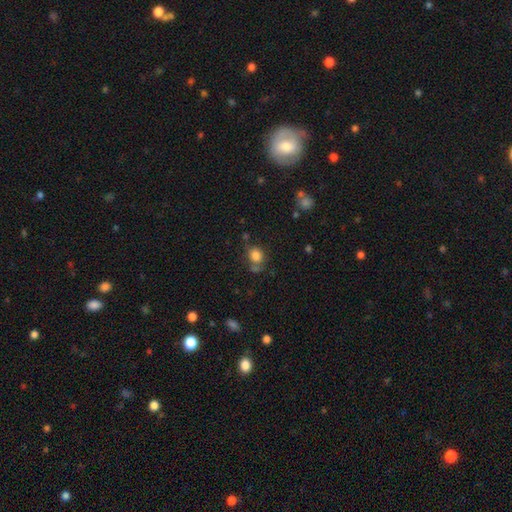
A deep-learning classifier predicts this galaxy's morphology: This is clearly a smooth galaxy (82%). How rounded: likely round (65%). Merging: likely none (61%).